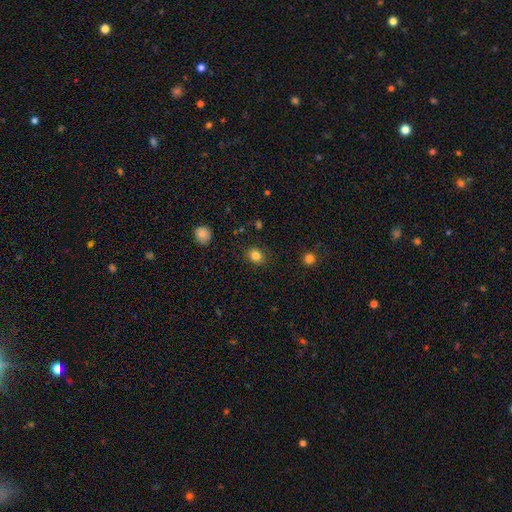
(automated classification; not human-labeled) Morphology: type=smooth (82%); roundness=round (74%); merging=none (88%).